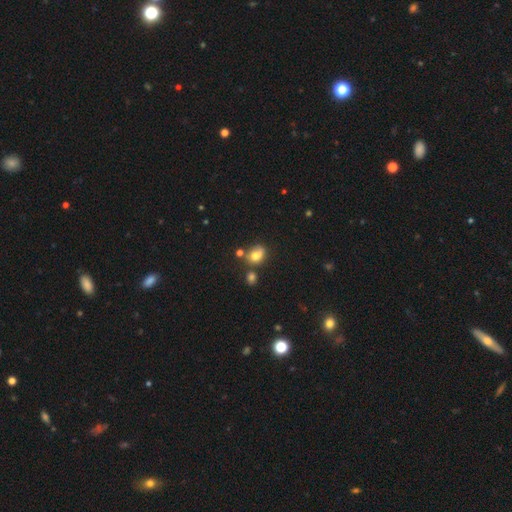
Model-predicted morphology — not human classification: This is likely a smooth galaxy (71%). How rounded: likely in between (61%). Merging: marginally none (45%).